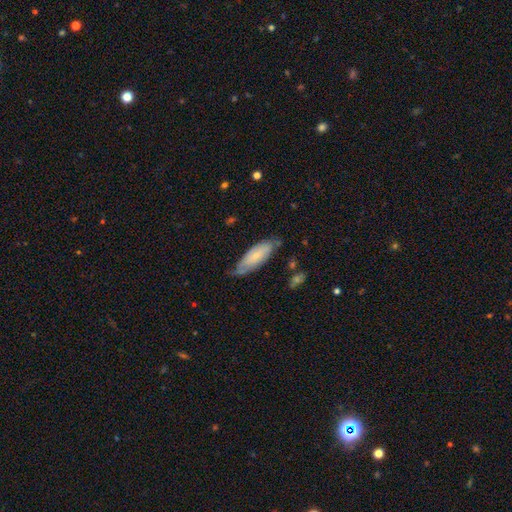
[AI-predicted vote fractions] A smooth galaxy with no disk features (58%) that is in between round and cigar-shaped (66%).

Vote fractions:
- Smooth or featured? smooth: 58% / featured or disk: 36% / star or artifact: 6%
- How rounded? in between: 66% / cigar-shaped: 33% / round: 2%
- Merging? none: 58% / minor disturbance: 32% / major disturbance: 8% / merger: 2%